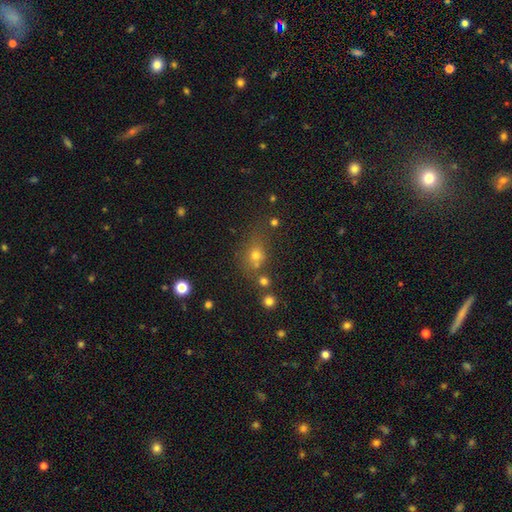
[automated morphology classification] This appears to be a smooth galaxy with no disk features (63%) that is round (65%). Merging: none (60%).